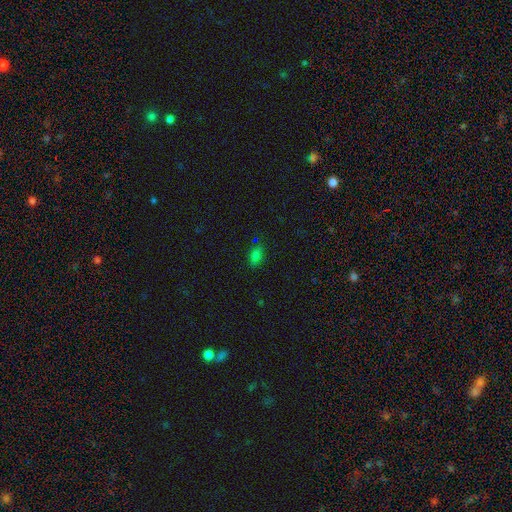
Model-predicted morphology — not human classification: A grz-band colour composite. It shows a smooth galaxy with no disk features (76%) that is in between round and cigar-shaped (86%). Merging: none (82%).